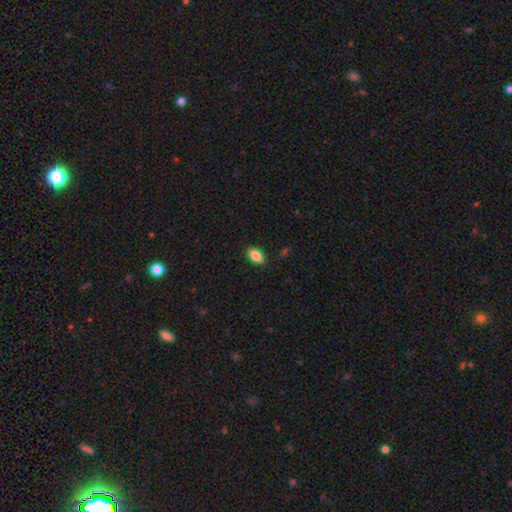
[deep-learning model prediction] Smooth or featured? smooth (87%)
How rounded? in between (90%)
Merging? none (88%)